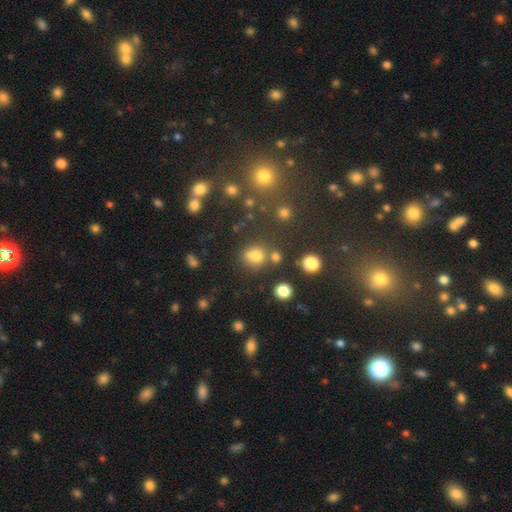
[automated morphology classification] Smooth or featured: smooth — 70% (star or artifact — 20%)
How rounded: round — 76% (in between — 23%)
Merging: none — 59% (merger — 21%)